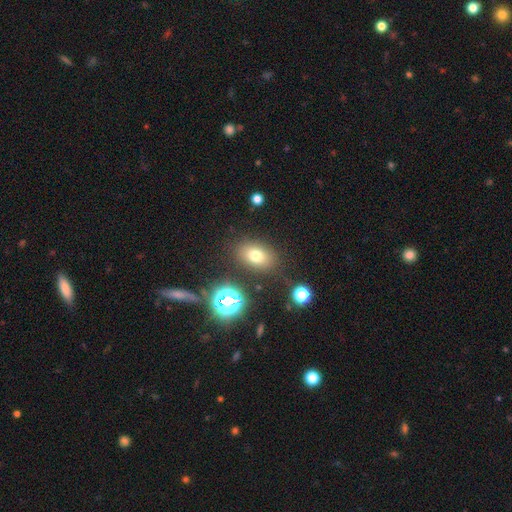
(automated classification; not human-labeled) Q: Smooth or featured?
A: smooth (73%); runner-up: star or artifact (15%)
Q: How rounded?
A: in between (76%); runner-up: round (23%)
Q: Merging?
A: none (82%); runner-up: minor disturbance (11%)